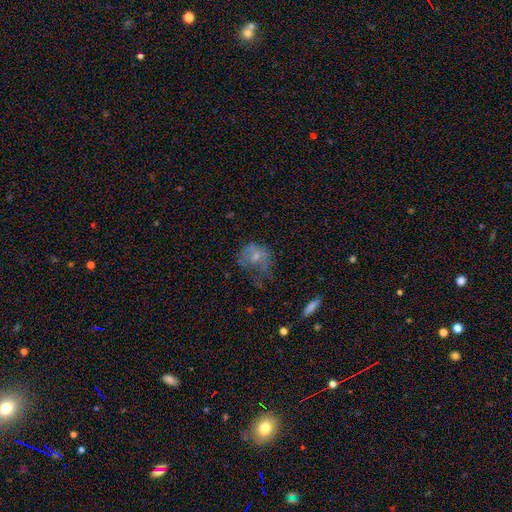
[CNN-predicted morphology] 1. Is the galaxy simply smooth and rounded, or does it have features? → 51% smooth, 36% featured or disk, 13% star or artifact.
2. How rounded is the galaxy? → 49% in between (tied), 49% round (tied), 2% cigar-shaped.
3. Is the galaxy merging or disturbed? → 41% major disturbance, 29% none, 25% minor disturbance, 4% merger.